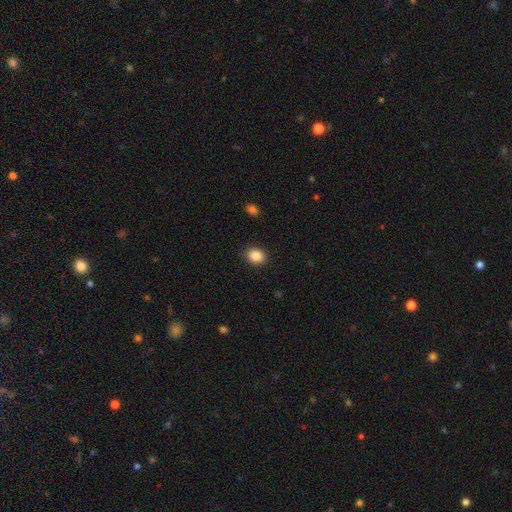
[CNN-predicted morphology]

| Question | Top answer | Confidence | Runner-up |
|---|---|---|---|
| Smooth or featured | smooth | 87% | star or artifact (9%) |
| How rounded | round | 57% | in between (42%) |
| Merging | none | 88% | minor disturbance (9%) |